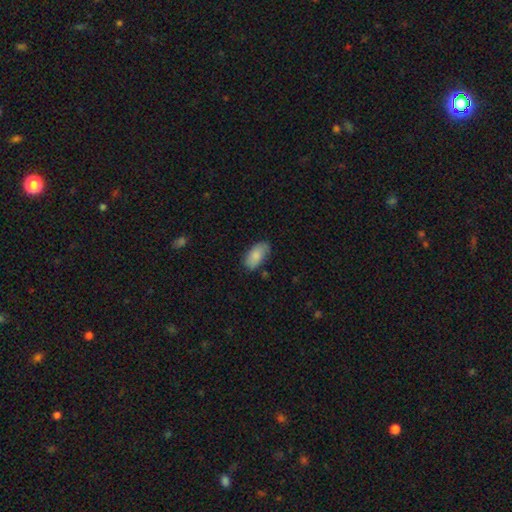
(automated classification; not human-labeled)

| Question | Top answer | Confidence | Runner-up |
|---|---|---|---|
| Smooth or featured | smooth | 83% | featured or disk (10%) |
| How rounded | in between | 94% | cigar-shaped (4%) |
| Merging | none | 72% | minor disturbance (22%) |